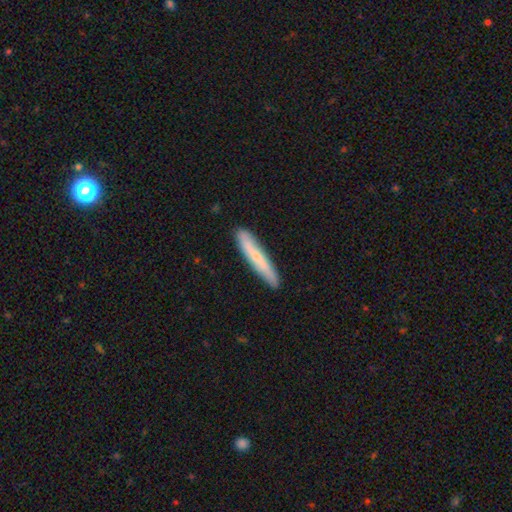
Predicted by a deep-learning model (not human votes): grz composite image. It shows a smooth galaxy with no disk features (63%) that is cigar-shaped (94%). Merging: none (87%).